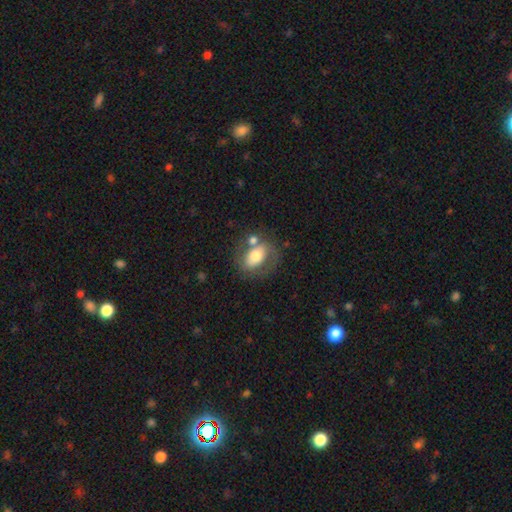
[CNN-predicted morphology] smooth_or_featured: smooth (p=0.50) [alt: featured or disk p=0.42]
merging: none (p=0.51) [alt: merger p=0.19]